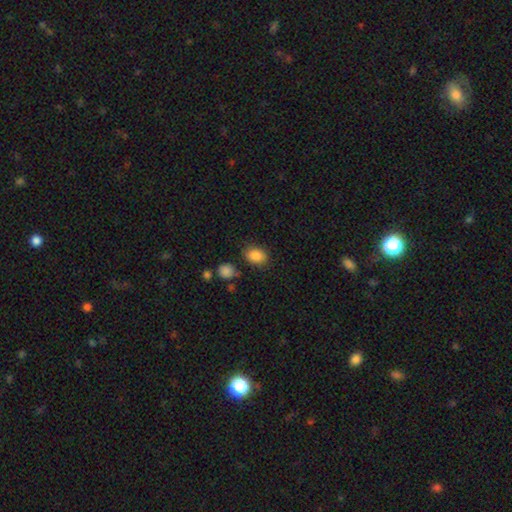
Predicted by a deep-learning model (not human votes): Smooth or featured?
  - smooth: 86% *
  - star or artifact: 9%
  - featured or disk: 5%
How rounded?
  - in between: 73% *
  - round: 26%
  - cigar-shaped: 1%
Merging?
  - none: 79% *
  - minor disturbance: 14%
  - major disturbance: 4%
  - merger: 4%